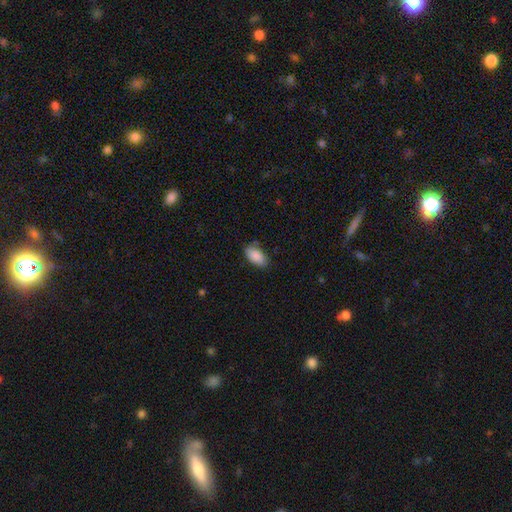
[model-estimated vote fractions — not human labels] Overall: smooth (89%). How rounded: in between (94%). Merging: none (75%).